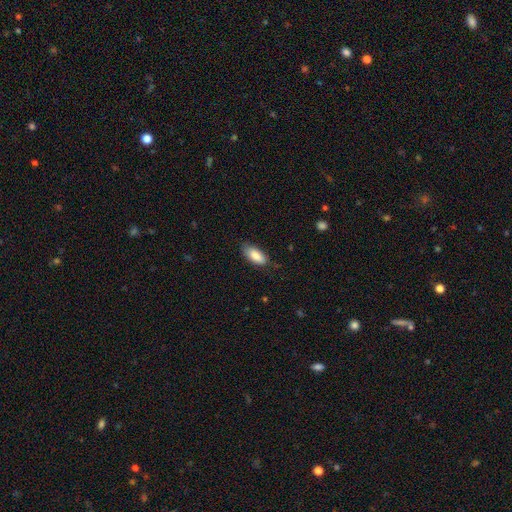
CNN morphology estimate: Smooth or featured? smooth (84%)
How rounded? in between (87%)
Merging? none (75%)